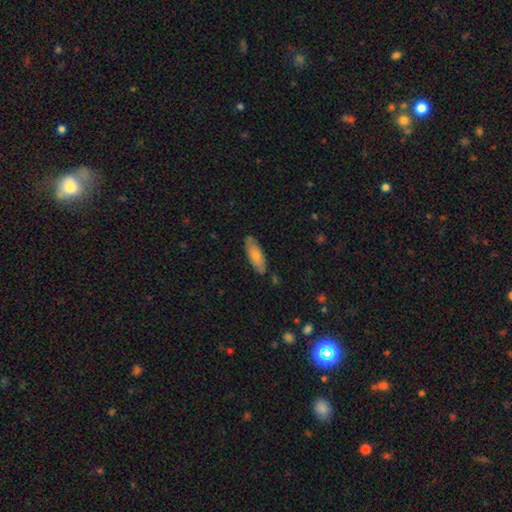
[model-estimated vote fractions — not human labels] smooth 72%, featured or disk 23%, star or artifact 6%. Down the decision tree: how rounded — in between (67%); merging — none (78%).